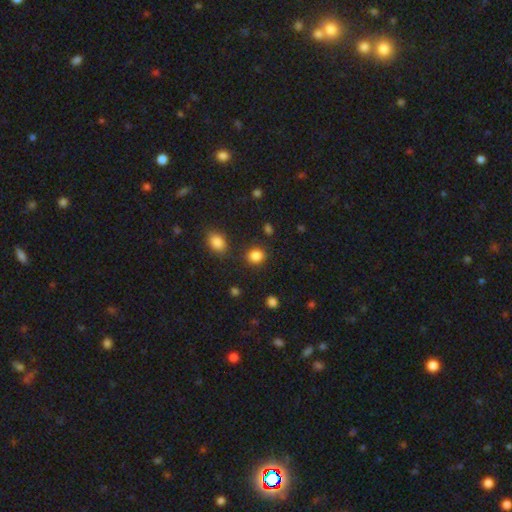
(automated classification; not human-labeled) Smooth or featured? smooth (86%)
How rounded? round (67%)
Merging? none (84%)